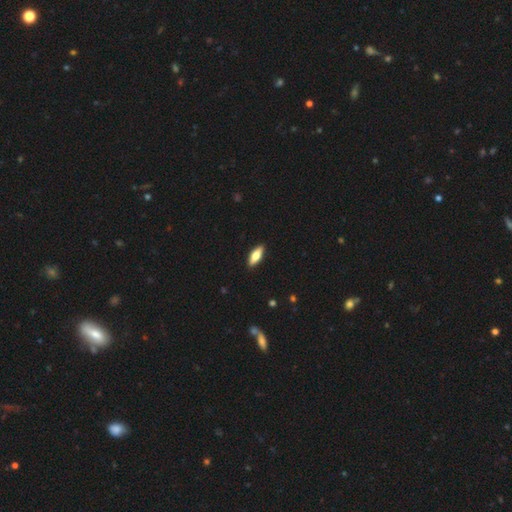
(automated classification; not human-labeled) This appears to be a smooth galaxy with no disk features (68%) that is in between round and cigar-shaped (68%). Merging: none (89%).